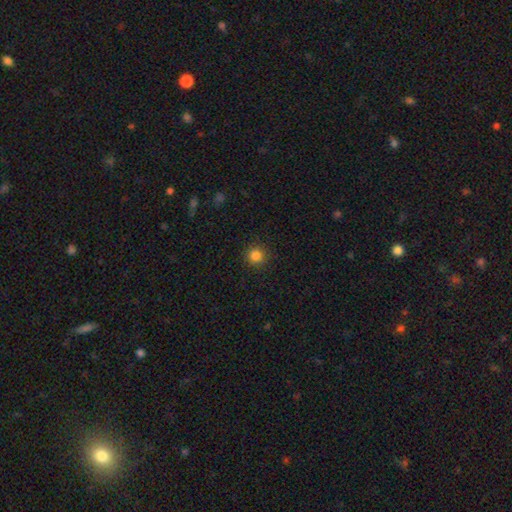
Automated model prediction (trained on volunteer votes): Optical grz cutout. It shows a smooth galaxy with no disk features (84%) that is round (94%). Merging: none (90%).